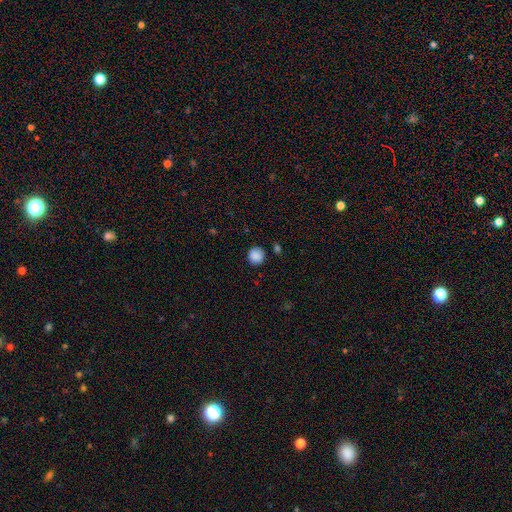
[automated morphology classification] Smooth or featured? smooth (88%)
How rounded? round (92%)
Merging? none (88%)